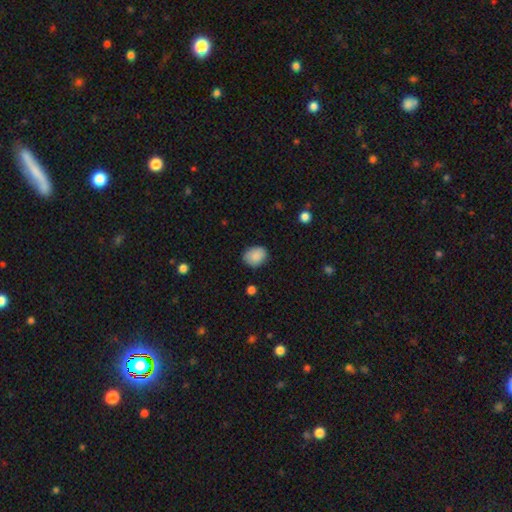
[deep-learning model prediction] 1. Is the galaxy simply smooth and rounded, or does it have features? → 88% smooth, 7% star or artifact, 5% featured or disk.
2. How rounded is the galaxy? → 53% in between, 46% round, 1% cigar-shaped.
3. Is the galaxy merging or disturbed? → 81% none, 15% minor disturbance, 3% major disturbance, 1% merger.